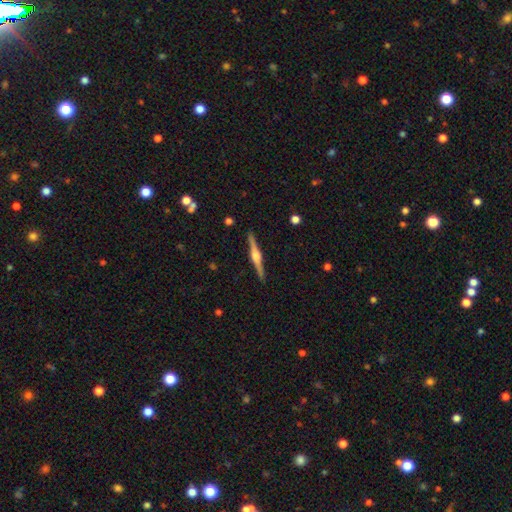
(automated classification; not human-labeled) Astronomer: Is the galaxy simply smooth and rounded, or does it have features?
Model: featured or disk — 82%.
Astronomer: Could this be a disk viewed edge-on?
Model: yes — 99%.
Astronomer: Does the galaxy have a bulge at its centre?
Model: rounded — 87%.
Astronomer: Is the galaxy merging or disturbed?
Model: none — 92%.